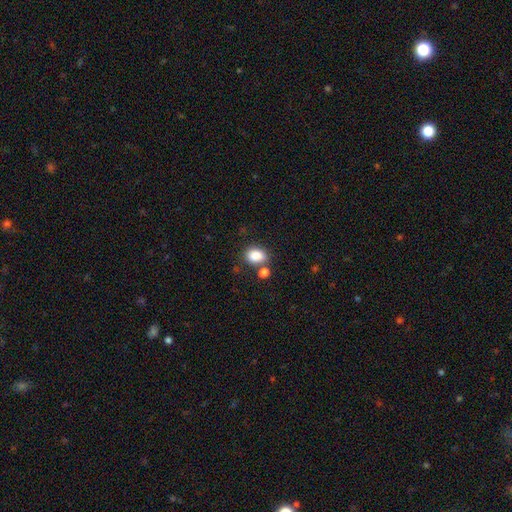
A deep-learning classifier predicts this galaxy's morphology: type=smooth (86%); roundness=in between (70%); merging=none (63%).